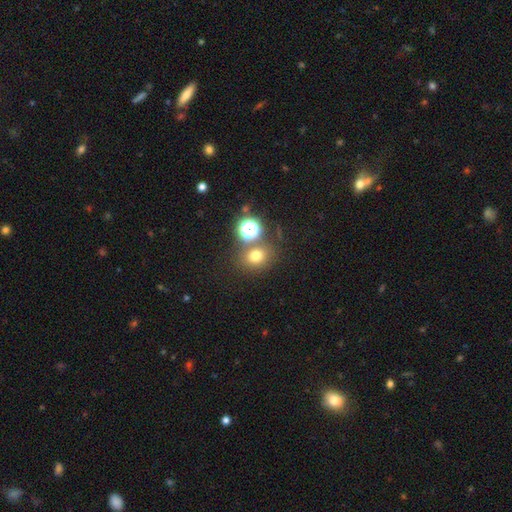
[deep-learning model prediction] smooth 69%, star or artifact 23%, featured or disk 9%. Down the decision tree: how rounded — round (68%); merging — none (72%).